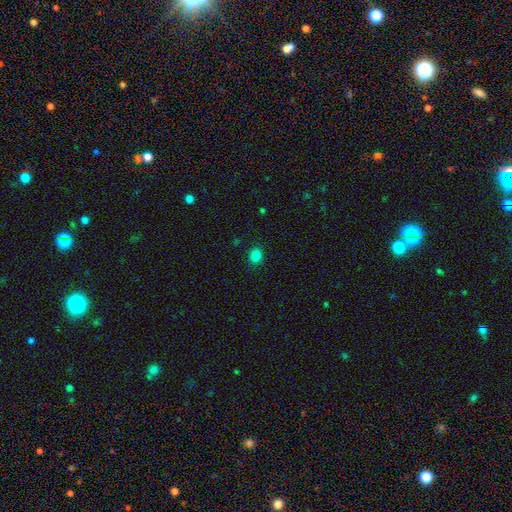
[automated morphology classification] This appears to be a smooth galaxy with no disk features (83%) that is round (67%). Merging: none (89%).